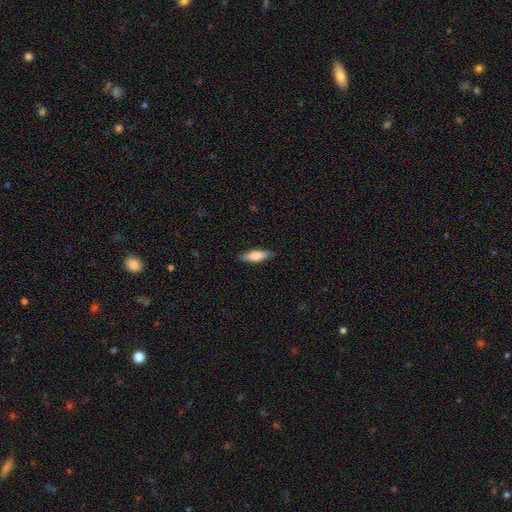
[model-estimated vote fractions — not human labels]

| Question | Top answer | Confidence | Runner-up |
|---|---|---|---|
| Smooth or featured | smooth | 71% | featured or disk (23%) |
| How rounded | cigar-shaped | 51% | in between (47%) |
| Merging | none | 86% | minor disturbance (11%) |